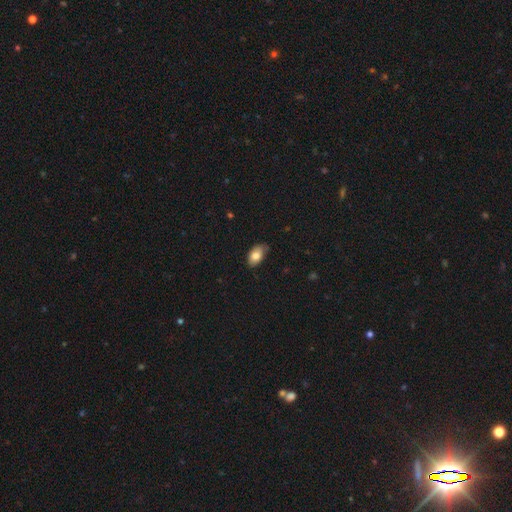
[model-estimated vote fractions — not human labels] This appears to be a smooth galaxy with no disk features (81%) that is in between round and cigar-shaped (92%). Merging: none (69%).